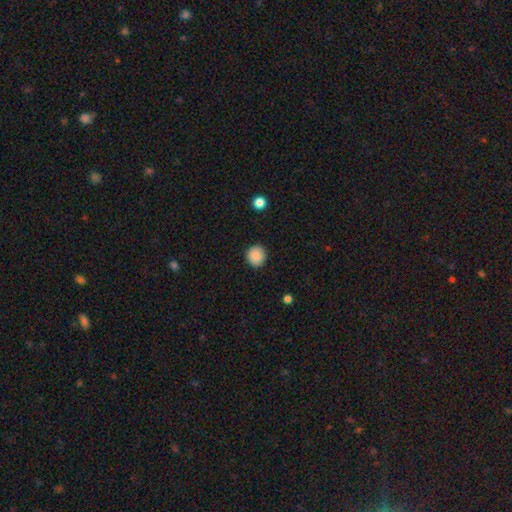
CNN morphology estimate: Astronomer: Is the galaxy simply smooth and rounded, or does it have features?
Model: smooth — 88%.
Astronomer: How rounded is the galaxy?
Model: round — 92%.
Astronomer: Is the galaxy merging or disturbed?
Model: none — 90%.